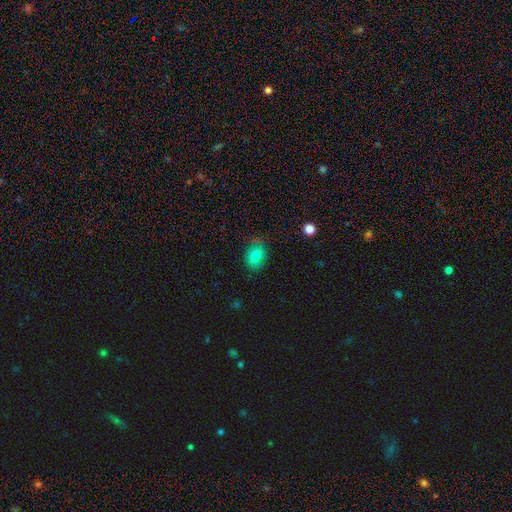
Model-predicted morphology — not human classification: smooth 76%, featured or disk 15%, star or artifact 9%. Down the decision tree: how rounded — in between (74%); merging — none (78%).